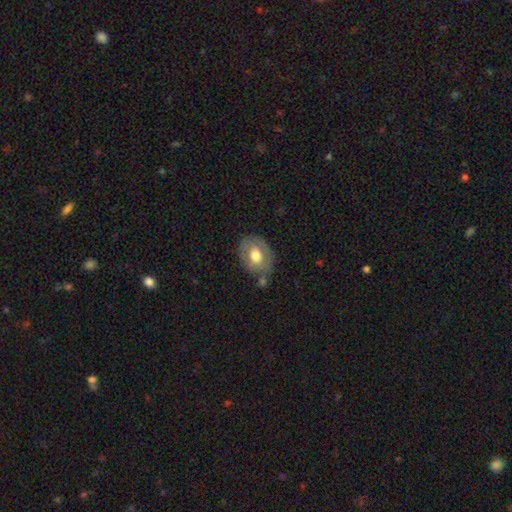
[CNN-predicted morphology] The model was most divided on "smooth or featured": smooth: 55%, featured or disk: 38%, star or artifact: 7%. More confident: merging — none (67%); how rounded — in between (61%).